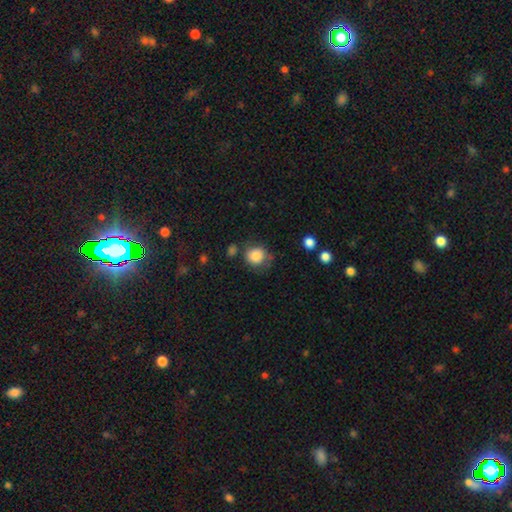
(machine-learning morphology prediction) smooth_or_featured: smooth (p=0.85) [alt: star or artifact p=0.09]
how_rounded: round (p=0.84) [alt: in between p=0.15]
merging: none (p=0.67) [alt: minor disturbance p=0.19]